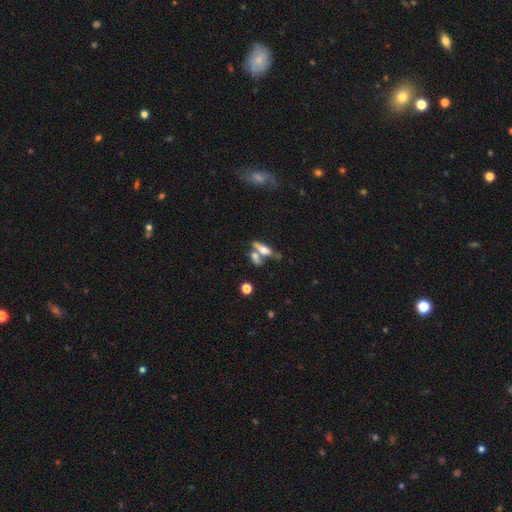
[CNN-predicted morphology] A featured or disk galaxy (48%).

Vote fractions:
- Smooth or featured? featured or disk: 48% / smooth: 40% / star or artifact: 12%
- Merging? none: 43% / merger: 40% / minor disturbance: 11% / major disturbance: 6%